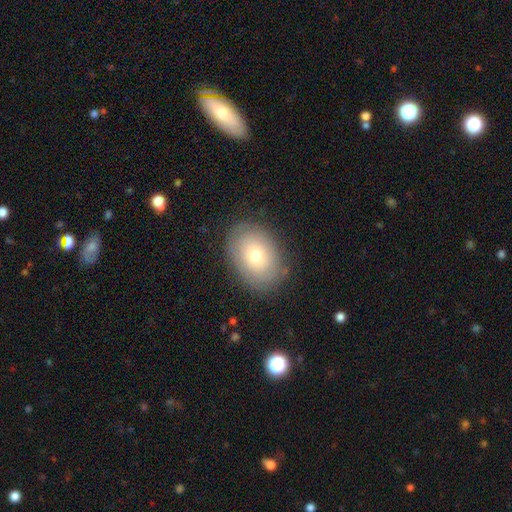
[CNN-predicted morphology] Q: Smooth or featured?
A: smooth (64%); runner-up: featured or disk (27%)
Q: How rounded?
A: in between (73%); runner-up: round (26%)
Q: Merging?
A: none (82%); runner-up: minor disturbance (13%)